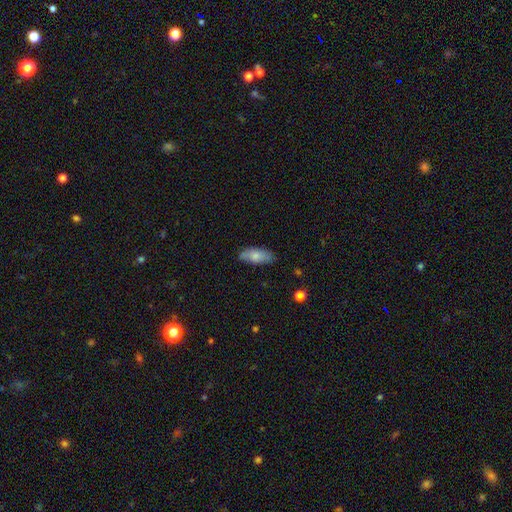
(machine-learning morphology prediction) Smooth or featured: smooth — 74% (featured or disk — 19%)
How rounded: in between — 81% (cigar-shaped — 17%)
Merging: none — 77% (minor disturbance — 19%)